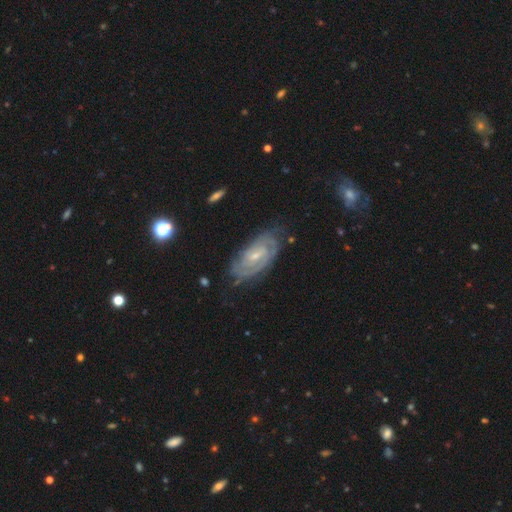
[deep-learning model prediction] This is clearly a featured or disk galaxy (86%). It is clearly not viewed edge-on (95%). Bar: marginally weak (45%). Spiral arm pattern: clearly yes (97%). Spiral arm count: possibly 2 (51%). Spiral winding: likely tight (73%). Central bulge: likely small (68%). Merging: likely none (73%).